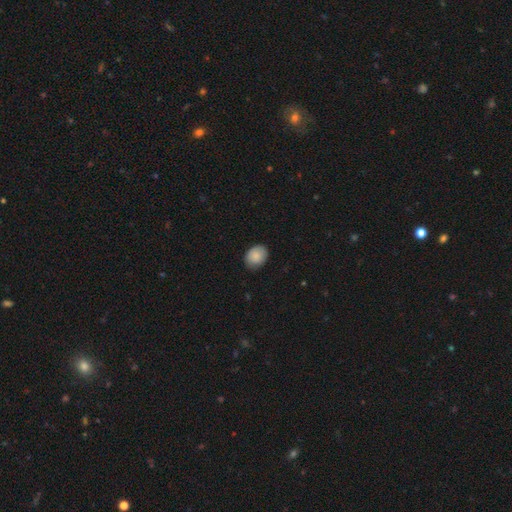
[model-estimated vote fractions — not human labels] A smooth galaxy with no disk features (88%) that is in between round and cigar-shaped (63%). Merging: none (82%).